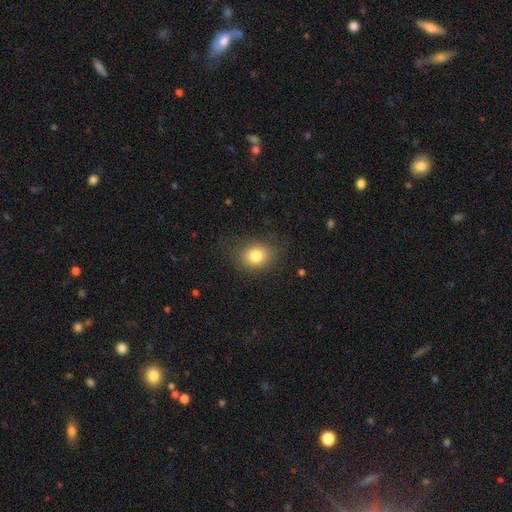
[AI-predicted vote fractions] This is clearly a smooth galaxy (81%). How rounded: possibly round (56%). Merging: likely none (78%).